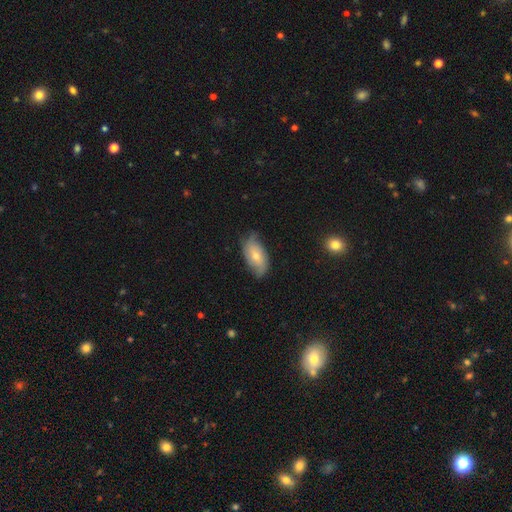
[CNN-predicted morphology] Overall: featured or disk (46%, tied with smooth). Merging: none (66%; minor disturbance 27%).